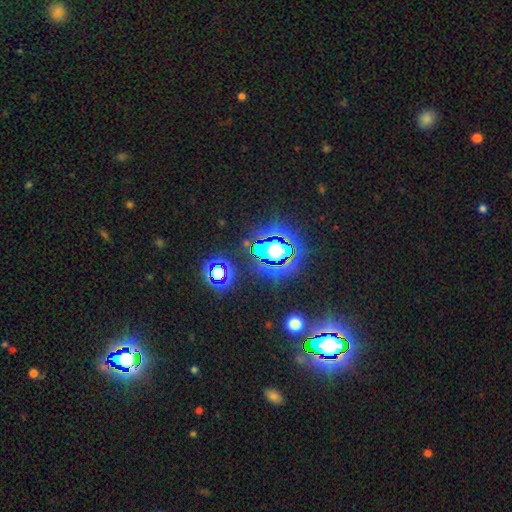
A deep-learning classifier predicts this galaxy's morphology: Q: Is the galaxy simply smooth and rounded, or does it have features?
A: star or artifact — 82%.